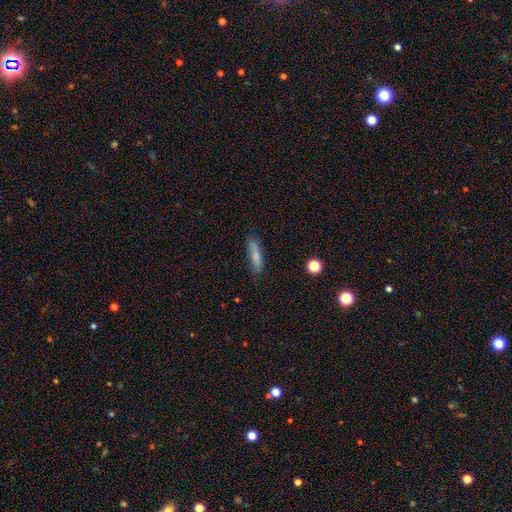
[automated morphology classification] Smooth or featured: smooth — 78% (featured or disk — 14%)
How rounded: cigar-shaped — 71% (in between — 27%)
Merging: none — 76% (minor disturbance — 18%)